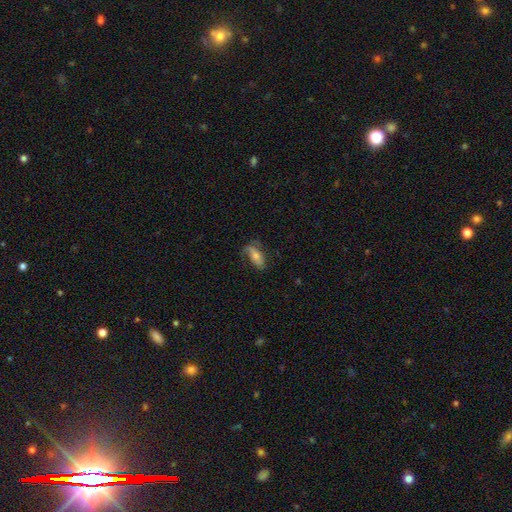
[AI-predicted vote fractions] Smooth or featured? smooth (47%)
Merging? none (59%)